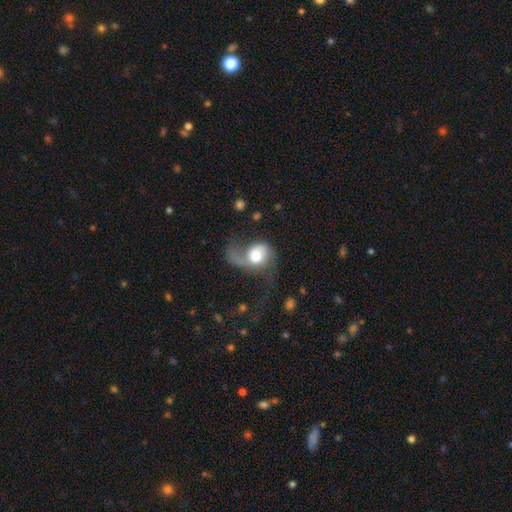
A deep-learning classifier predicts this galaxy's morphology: smooth_or_featured: featured or disk (p=0.50) [alt: smooth p=0.42]
merging: major disturbance (p=0.53) [alt: none p=0.26]